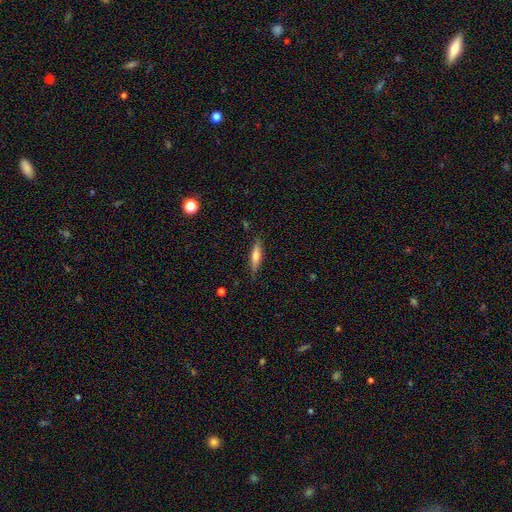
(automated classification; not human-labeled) Overall: smooth (58%; featured or disk 35%). How rounded: cigar-shaped (80%). Merging: none (86%).